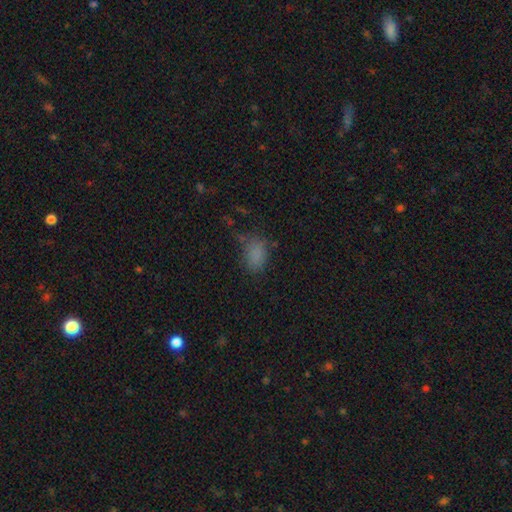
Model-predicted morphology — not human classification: Overall: smooth (79%). How rounded: in between (80%). Merging: none (64%).